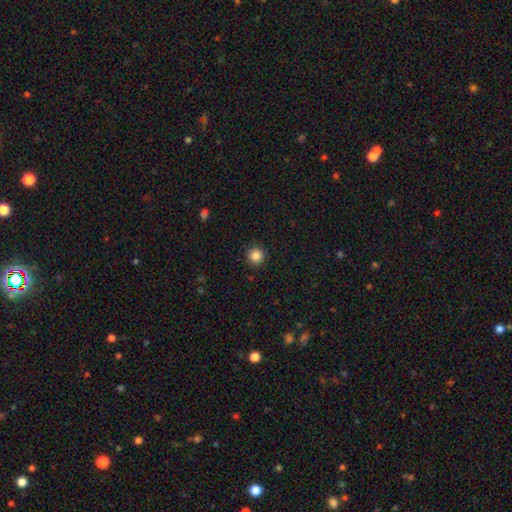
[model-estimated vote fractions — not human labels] Morphology: type=smooth (85%); roundness=round (96%); merging=none (92%).